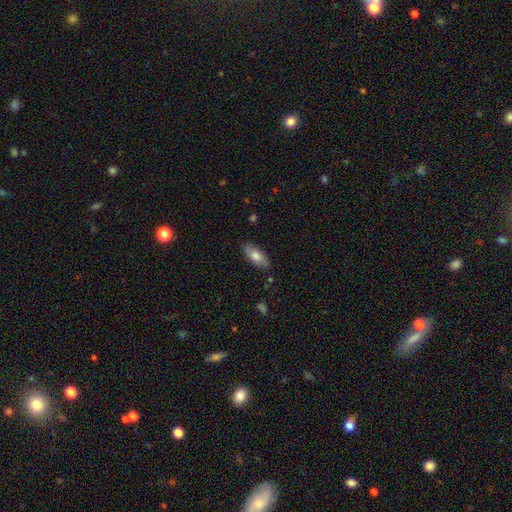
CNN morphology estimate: A smooth galaxy with no disk features (78%) that is in between round and cigar-shaped (85%). Merging: none (85%).